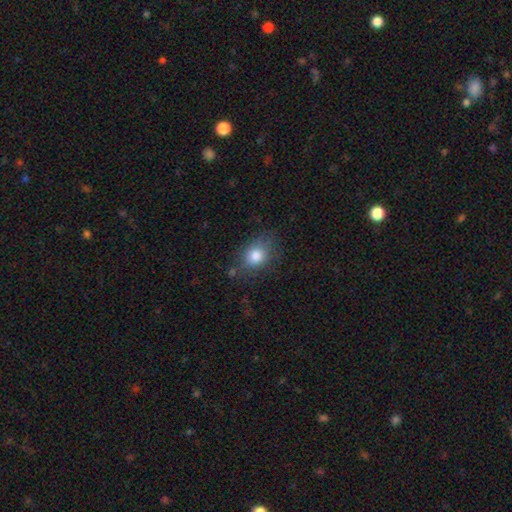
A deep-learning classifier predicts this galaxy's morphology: smooth 82%, star or artifact 9%, featured or disk 9%. Down the decision tree: how rounded — in between (54%); merging — none (70%).